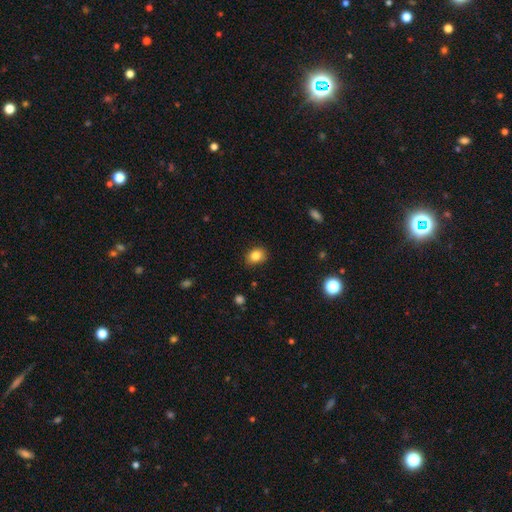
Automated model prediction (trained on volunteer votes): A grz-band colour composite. It shows a smooth galaxy with no disk features (83%) that is in between round and cigar-shaped (52%). Merging: none (84%).